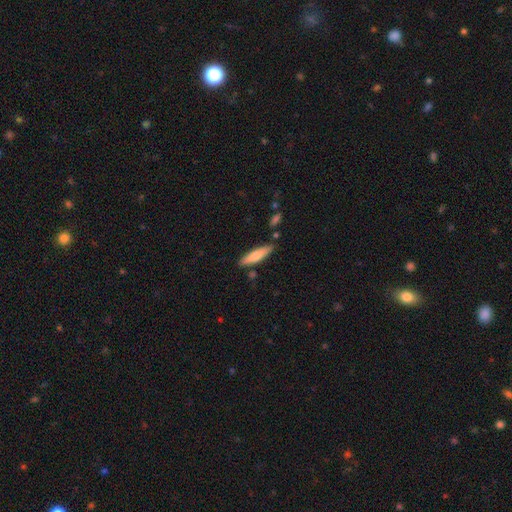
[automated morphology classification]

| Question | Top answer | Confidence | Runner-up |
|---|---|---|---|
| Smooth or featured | smooth | 72% | featured or disk (22%) |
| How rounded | cigar-shaped | 73% | in between (26%) |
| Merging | none | 82% | minor disturbance (12%) |